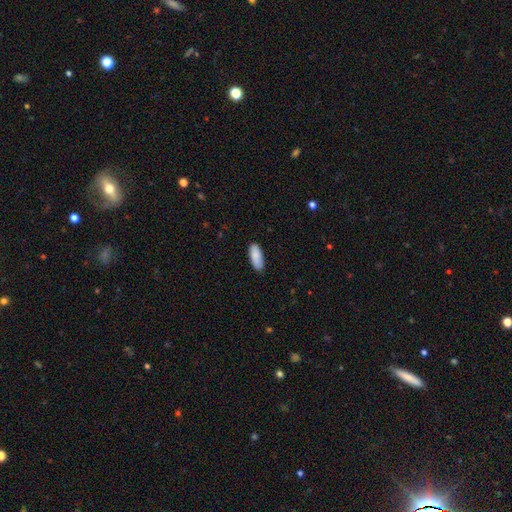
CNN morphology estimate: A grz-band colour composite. It shows a smooth galaxy with no disk features (87%) that is in between round and cigar-shaped (76%). Merging: none (85%).